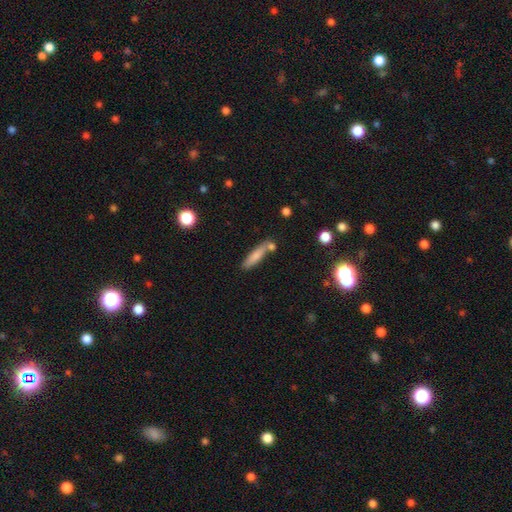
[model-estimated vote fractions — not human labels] This is likely a smooth galaxy (73%). How rounded: likely cigar-shaped (78%). Merging: likely none (66%).